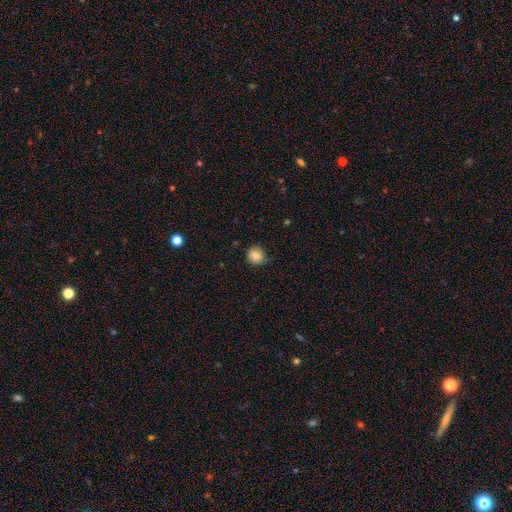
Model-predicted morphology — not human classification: This appears to be a smooth galaxy with no disk features (83%) that is round (90%). Merging: none (81%).